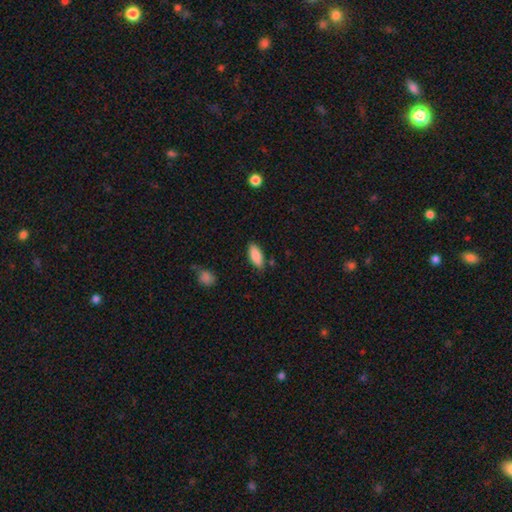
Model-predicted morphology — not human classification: Q: Smooth or featured?
A: smooth (88%); runner-up: star or artifact (6%)
Q: How rounded?
A: in between (81%); runner-up: cigar-shaped (17%)
Q: Merging?
A: none (83%); runner-up: minor disturbance (12%)